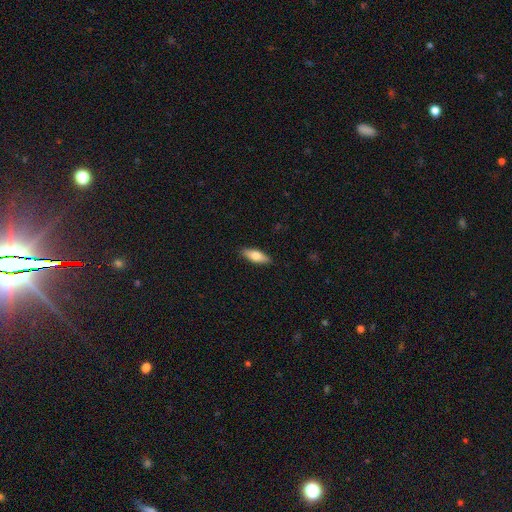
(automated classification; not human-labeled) The model was most divided on "how rounded": in between: 67%, cigar-shaped: 31%, round: 2%. More confident: merging — none (89%); smooth or featured — smooth (72%).